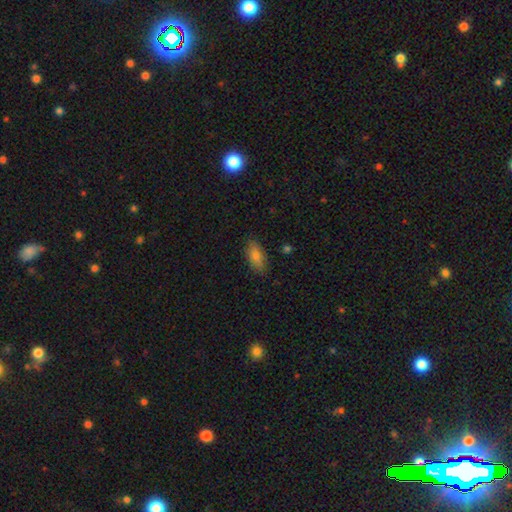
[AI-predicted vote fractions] Smooth or featured? Predicted: smooth (p=0.79). How rounded? Predicted: in between (p=0.84). Merging? Predicted: none (p=0.84).